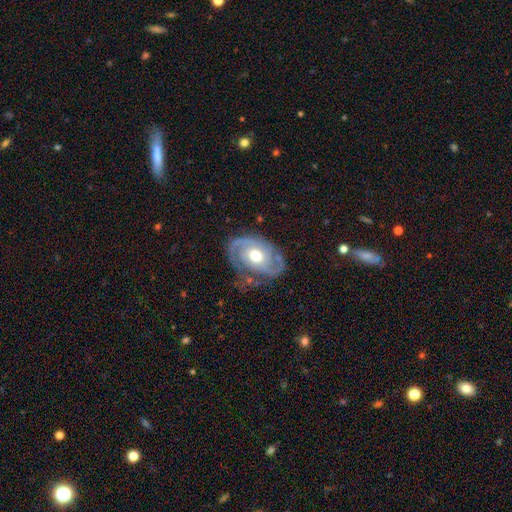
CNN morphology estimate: Smooth or featured?
  - featured or disk: 85% *
  - smooth: 10%
  - star or artifact: 5%
Edge-on disk?
  - no: 96% *
  - yes: 4%
Bar?
  - no: 70% *
  - weak: 24%
  - strong: 6%
Spiral arms?
  - yes: 94% *
  - no: 6%
Spiral winding?
  - tight: 43% *
  - medium: 42%
  - loose: 15%
Spiral arm count?
  - 2: 79% *
  - can't tell: 9%
  - 3: 5%
  - 1: 4%
  - 4: 2%
  - more than 4: 2%
Bulge size?
  - moderate: 75% *
  - large: 13%
  - small: 11%
  - dominant: 1%
  - none: 1%
Merging?
  - none: 70% *
  - minor disturbance: 19%
  - major disturbance: 9%
  - merger: 2%